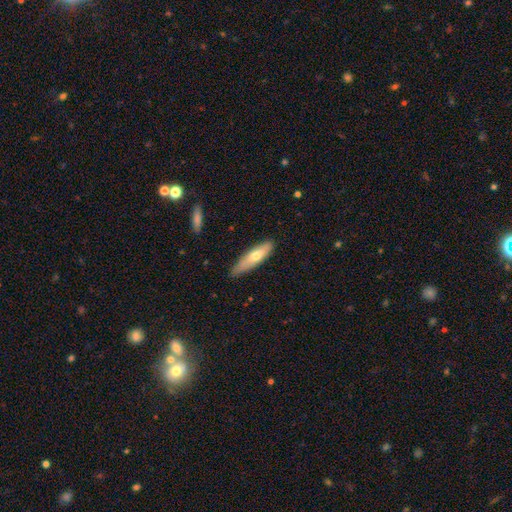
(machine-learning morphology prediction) Smooth or featured? smooth (65%)
How rounded? cigar-shaped (64%)
Merging? none (76%)